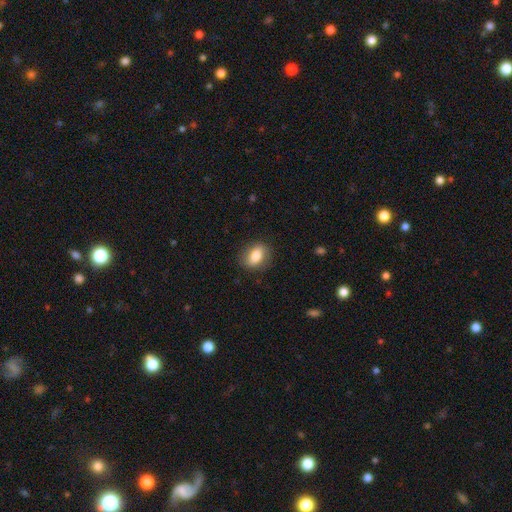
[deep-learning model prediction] A smooth galaxy with no disk features (77%) that is in between round and cigar-shaped (73%).

Vote fractions:
- Smooth or featured? smooth: 77% / featured or disk: 15% / star or artifact: 8%
- How rounded? in between: 73% / round: 24% / cigar-shaped: 3%
- Merging? none: 84% / minor disturbance: 11% / major disturbance: 3% / merger: 1%